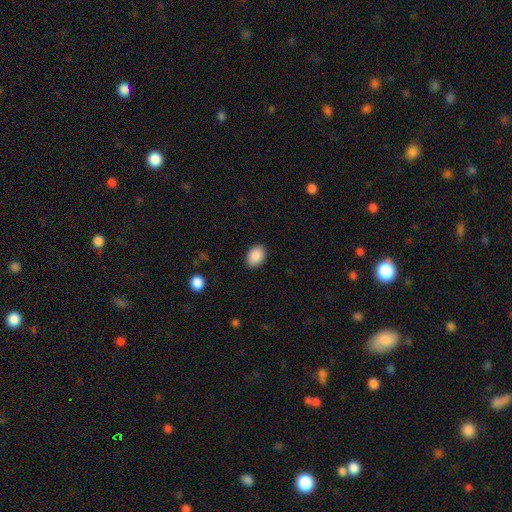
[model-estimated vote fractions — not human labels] The model was most divided on "how rounded": in between: 77%, round: 22%, cigar-shaped: 1%. More confident: smooth or featured — smooth (90%); merging — none (88%).